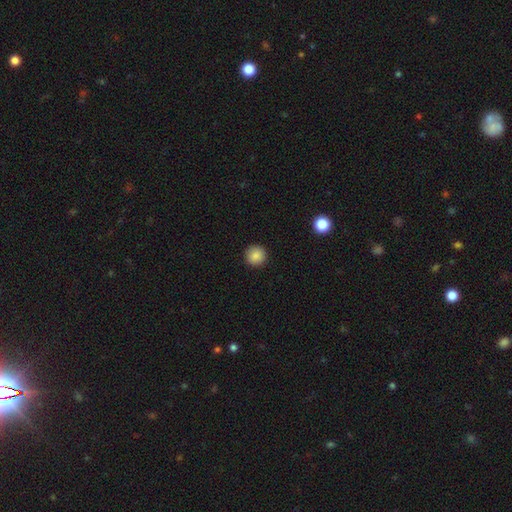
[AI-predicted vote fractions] Q: Smooth or featured?
A: smooth (87%); runner-up: star or artifact (9%)
Q: How rounded?
A: round (95%); runner-up: in between (4%)
Q: Merging?
A: none (93%); runner-up: minor disturbance (5%)